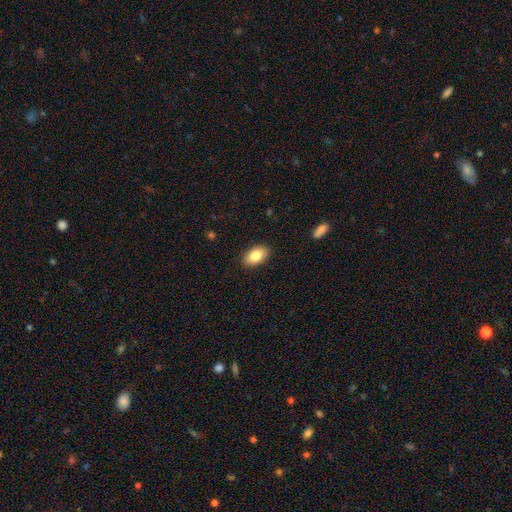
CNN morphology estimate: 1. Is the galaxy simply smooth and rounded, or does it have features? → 84% smooth, 9% featured or disk, 7% star or artifact.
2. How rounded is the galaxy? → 93% in between, 6% round, 2% cigar-shaped.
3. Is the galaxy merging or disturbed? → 89% none, 8% minor disturbance, 2% major disturbance, 1% merger.